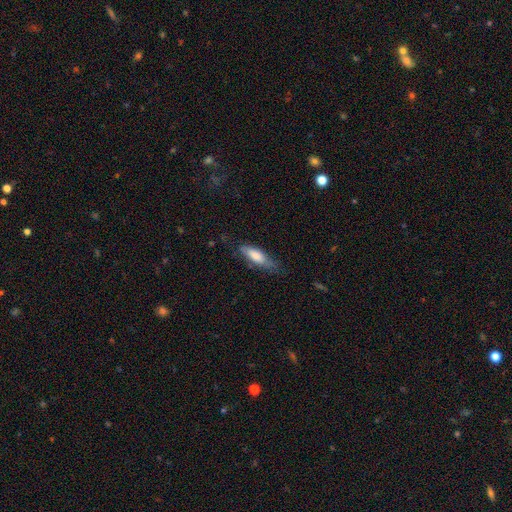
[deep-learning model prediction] Morphology: type=smooth (71%); roundness=in between (54%); merging=none (60%).